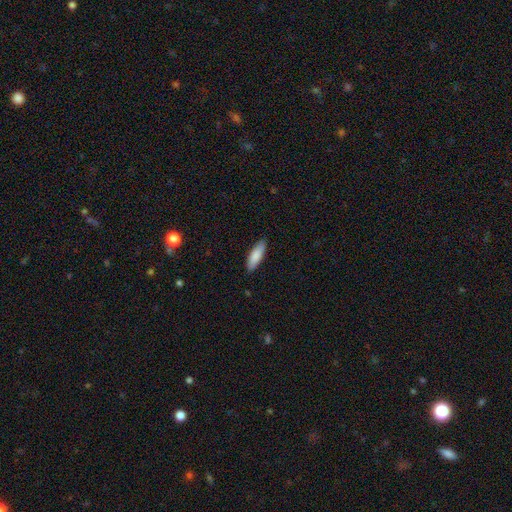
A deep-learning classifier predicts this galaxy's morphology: smooth-or-featured: smooth: 86% | featured or disk: 9% | star or artifact: 5%
  how-rounded: in between: 55% | cigar-shaped: 44% | round: 1%
  merging: none: 87% | minor disturbance: 11% | major disturbance: 2% | merger: 1%